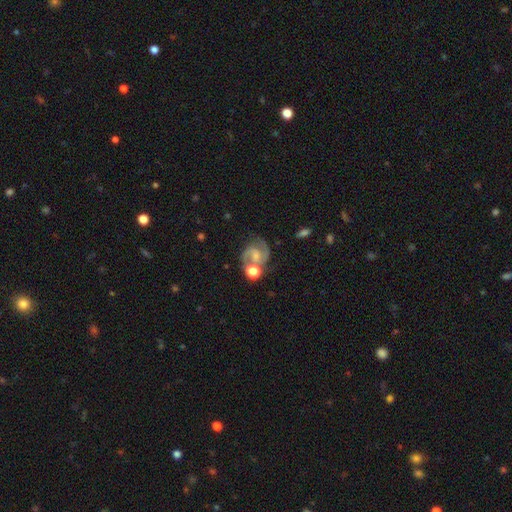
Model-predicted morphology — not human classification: smooth_or_featured: featured or disk (p=0.82) [alt: smooth p=0.11]
disk_edge_on: no (p=0.98) [alt: yes p=0.02]
bar: no (p=0.49) [alt: weak p=0.40]
has_spiral_arms: yes (p=0.96) [alt: no p=0.04]
spiral_winding: medium (p=0.59) [alt: tight p=0.22]
spiral_arm_count: 2 (p=0.91) [alt: can't tell p=0.03]
bulge_size: small (p=0.40) [alt: moderate p=0.27]
merging: none (p=0.60) [alt: merger p=0.17]